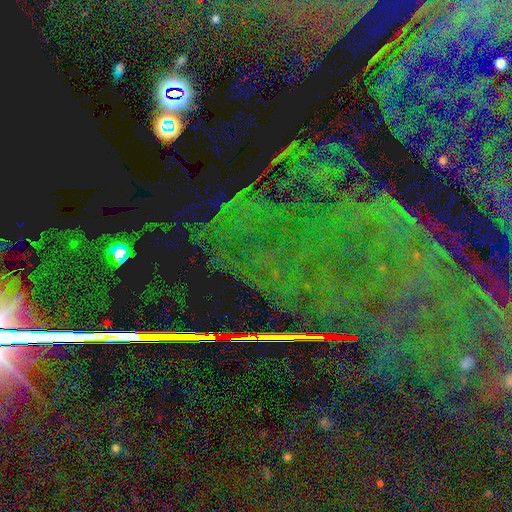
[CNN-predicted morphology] smooth_or_featured: star or artifact (p=0.86) [alt: featured or disk p=0.08]